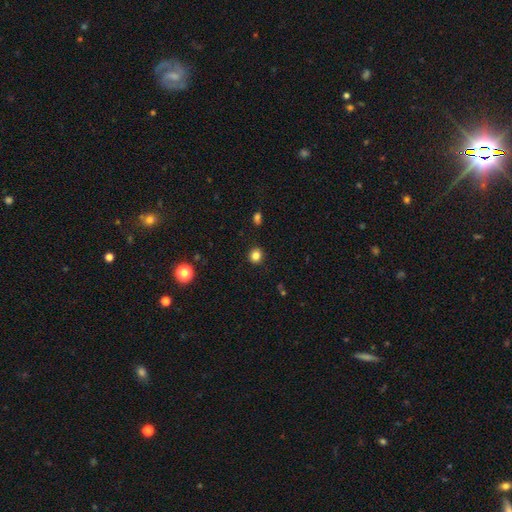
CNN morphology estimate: A smooth galaxy with no disk features (83%) that is round (82%).

Vote fractions:
- Smooth or featured? smooth: 83% / star or artifact: 12% / featured or disk: 5%
- How rounded? round: 82% / in between: 18% / cigar-shaped: 1%
- Merging? none: 90% / minor disturbance: 6% / major disturbance: 2% / merger: 1%